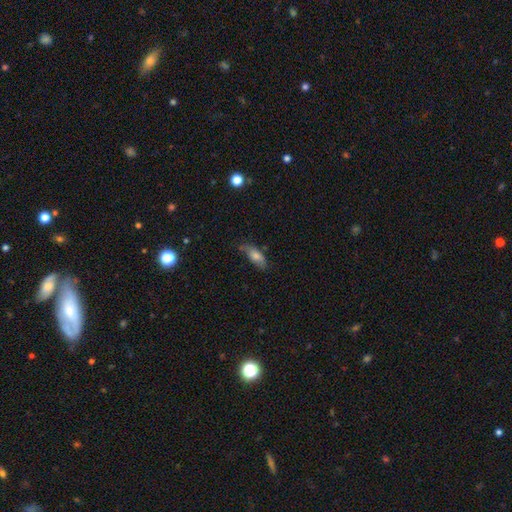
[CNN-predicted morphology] smooth-or-featured: smooth: 69% | featured or disk: 22% | star or artifact: 9%
  how-rounded: in between: 75% | cigar-shaped: 22% | round: 3%
  merging: none: 57% | minor disturbance: 32% | major disturbance: 9% | merger: 2%